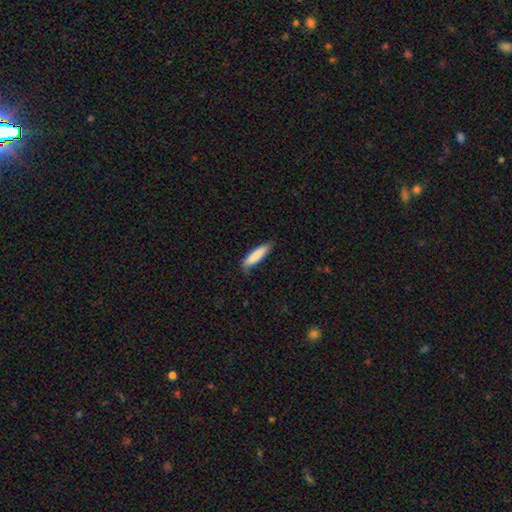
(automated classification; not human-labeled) A smooth galaxy with no disk features (86%) that is cigar-shaped (72%).

Vote fractions:
- Smooth or featured? smooth: 86% / featured or disk: 9% / star or artifact: 6%
- How rounded? cigar-shaped: 72% / in between: 27% / round: 1%
- Merging? none: 78% / minor disturbance: 18% / major disturbance: 3% / merger: 1%